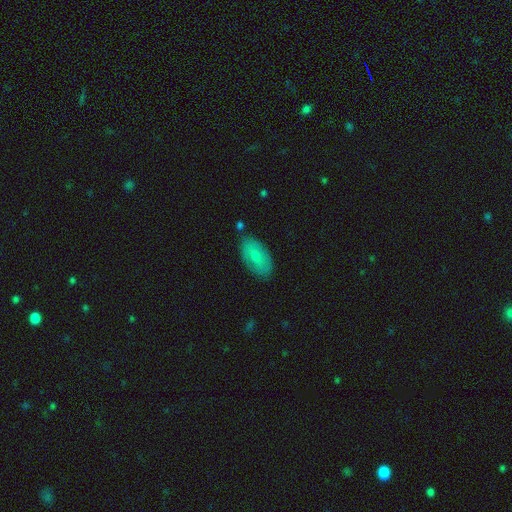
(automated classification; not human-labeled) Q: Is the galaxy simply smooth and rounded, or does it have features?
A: smooth — 64%.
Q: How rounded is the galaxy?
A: in between — 92%.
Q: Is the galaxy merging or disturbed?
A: none — 79%.